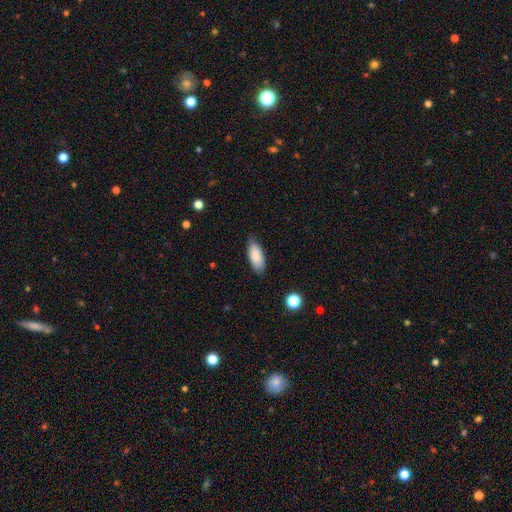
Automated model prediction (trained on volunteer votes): smooth 86%, featured or disk 8%, star or artifact 6%. Down the decision tree: how rounded — in between (84%); merging — none (82%).